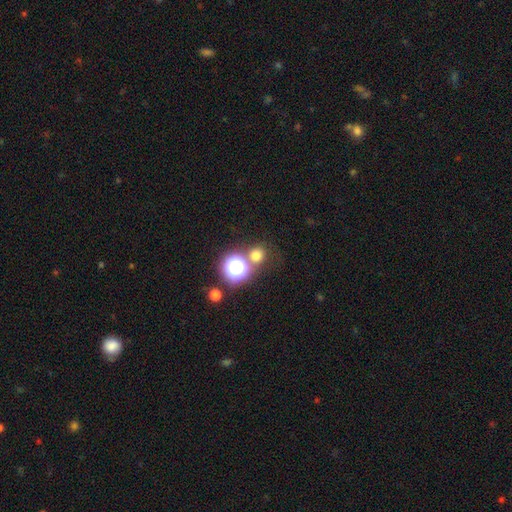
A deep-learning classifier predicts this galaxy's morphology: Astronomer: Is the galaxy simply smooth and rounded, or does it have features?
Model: smooth — 68%.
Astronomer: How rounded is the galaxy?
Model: round — 89%.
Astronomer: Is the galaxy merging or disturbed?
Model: none — 70%.